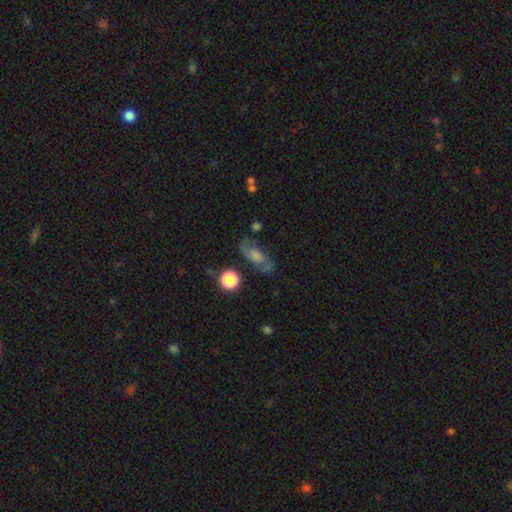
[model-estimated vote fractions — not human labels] smooth_or_featured: featured or disk (p=0.62) [alt: smooth p=0.24]
disk_edge_on: no (p=0.87) [alt: yes p=0.13]
bar: no (p=0.57) [alt: weak p=0.34]
has_spiral_arms: yes (p=0.88) [alt: no p=0.12]
bulge_size: moderate (p=0.37) [alt: large p=0.25]
merging: none (p=0.72) [alt: minor disturbance p=0.16]